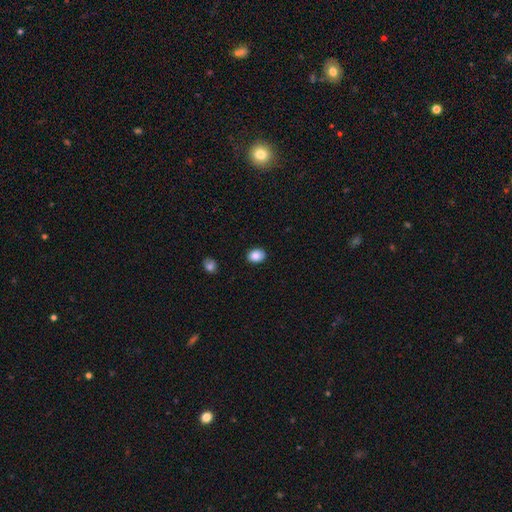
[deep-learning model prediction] smooth-or-featured: smooth: 87% | star or artifact: 9% | featured or disk: 5%
  how-rounded: in between: 59% | round: 40% | cigar-shaped: 1%
  merging: none: 88% | minor disturbance: 9% | major disturbance: 2% | merger: 1%